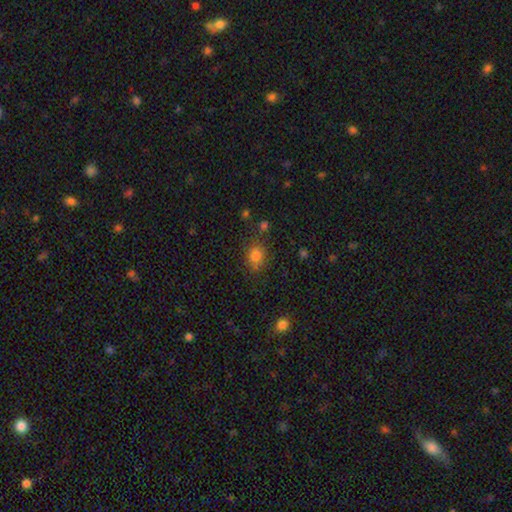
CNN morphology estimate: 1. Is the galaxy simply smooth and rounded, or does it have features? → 79% smooth, 14% star or artifact, 7% featured or disk.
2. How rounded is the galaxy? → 64% round, 35% in between, 1% cigar-shaped.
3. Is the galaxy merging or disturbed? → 74% none, 15% minor disturbance, 5% merger, 5% major disturbance.